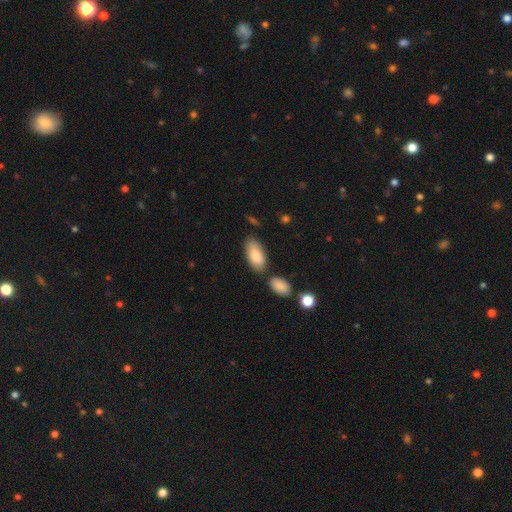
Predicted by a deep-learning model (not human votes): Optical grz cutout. It shows a smooth galaxy with no disk features (84%) that is in between round and cigar-shaped (90%). Merging: none (65%).